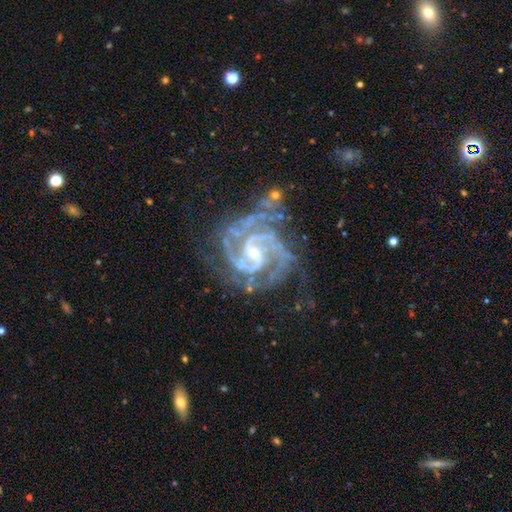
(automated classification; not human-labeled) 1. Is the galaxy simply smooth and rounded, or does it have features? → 93% featured or disk, 5% star or artifact, 2% smooth.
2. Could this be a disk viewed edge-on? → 98% no, 2% yes.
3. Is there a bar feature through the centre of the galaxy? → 43% weak, 34% no, 22% strong.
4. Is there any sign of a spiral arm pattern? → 98% yes, 2% no.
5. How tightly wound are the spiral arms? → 53% medium, 38% tight, 9% loose.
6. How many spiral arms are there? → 59% 2, 17% 3, 8% can't tell, 6% 4, 5% more than 4, 5% 1.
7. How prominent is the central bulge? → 67% small, 29% moderate, 2% none, 2% large, 1% dominant.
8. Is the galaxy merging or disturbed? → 58% none, 21% minor disturbance, 16% major disturbance, 4% merger.